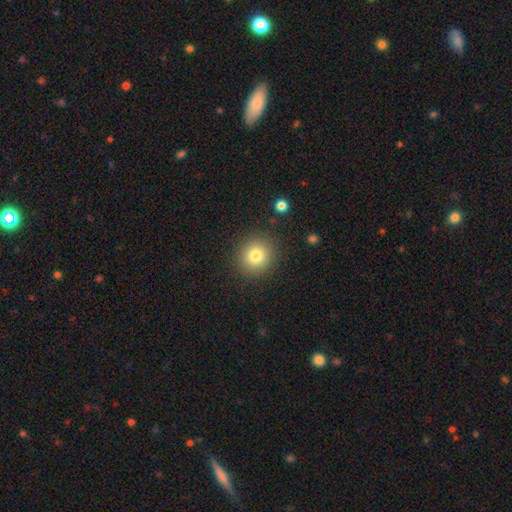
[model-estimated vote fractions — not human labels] smooth-or-featured: smooth: 79% | star or artifact: 12% | featured or disk: 9%
  how-rounded: round: 89% | in between: 10% | cigar-shaped: 1%
  merging: none: 88% | minor disturbance: 7% | major disturbance: 3% | merger: 1%